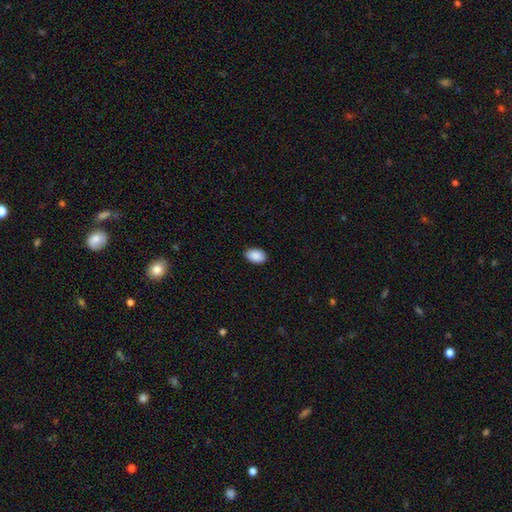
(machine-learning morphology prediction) type=smooth (91%); roundness=in between (89%); merging=none (88%).